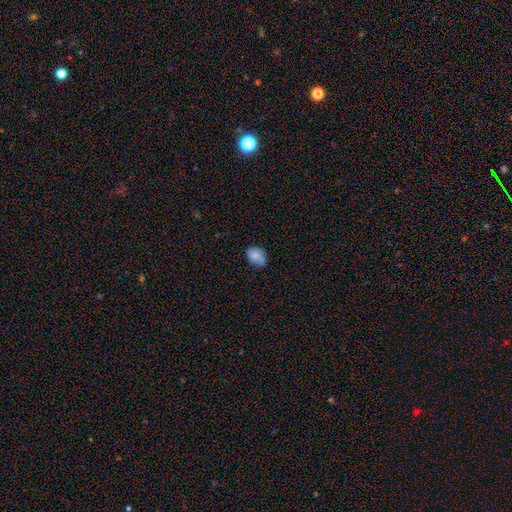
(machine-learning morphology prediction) smooth_or_featured: smooth (p=0.70) [alt: featured or disk p=0.21]
how_rounded: in between (p=0.61) [alt: round p=0.38]
merging: none (p=0.59) [alt: minor disturbance p=0.32]